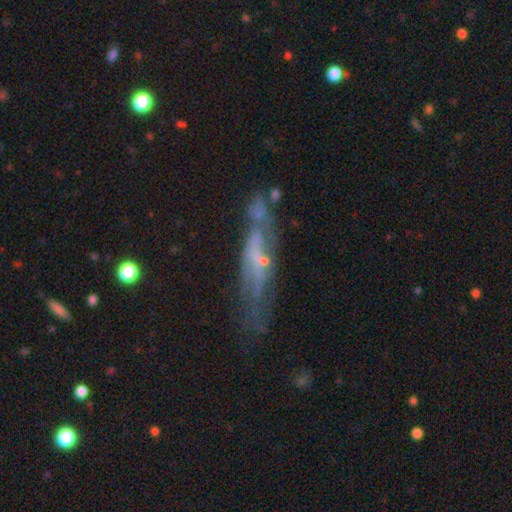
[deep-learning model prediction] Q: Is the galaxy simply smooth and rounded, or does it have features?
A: featured or disk — 62%.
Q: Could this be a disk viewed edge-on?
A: yes — 53%.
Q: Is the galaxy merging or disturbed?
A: none — 53%.